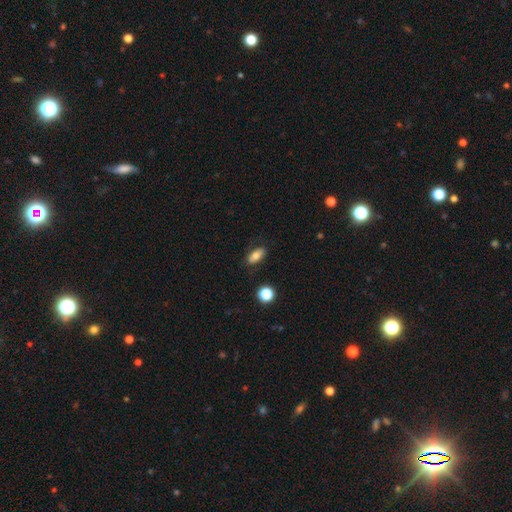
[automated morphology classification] A smooth galaxy with no disk features (75%) that is in between round and cigar-shaped (85%).

Vote fractions:
- Smooth or featured? smooth: 75% / featured or disk: 16% / star or artifact: 9%
- How rounded? in between: 85% / cigar-shaped: 9% / round: 6%
- Merging? none: 82% / minor disturbance: 13% / major disturbance: 3% / merger: 2%